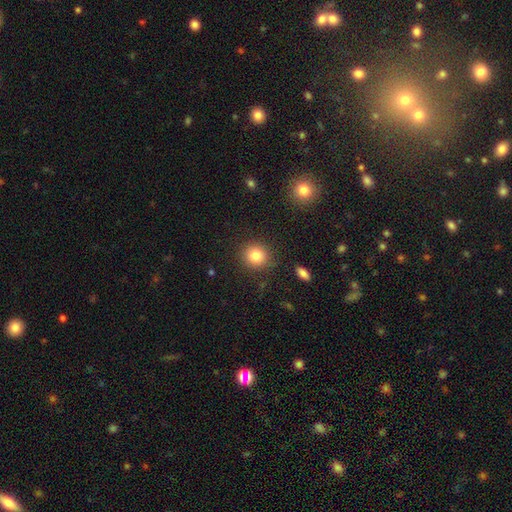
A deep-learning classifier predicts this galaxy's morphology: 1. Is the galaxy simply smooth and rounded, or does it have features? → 82% smooth, 11% star or artifact, 7% featured or disk.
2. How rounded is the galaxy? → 89% round, 10% in between, 1% cigar-shaped.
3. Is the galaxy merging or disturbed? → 88% none, 7% minor disturbance, 3% major disturbance, 2% merger.